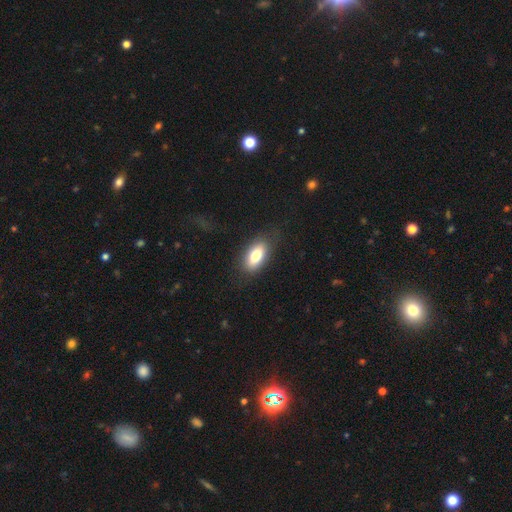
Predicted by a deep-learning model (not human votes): smooth 79%, featured or disk 14%, star or artifact 7%. Down the decision tree: how rounded — in between (88%); merging — none (80%).